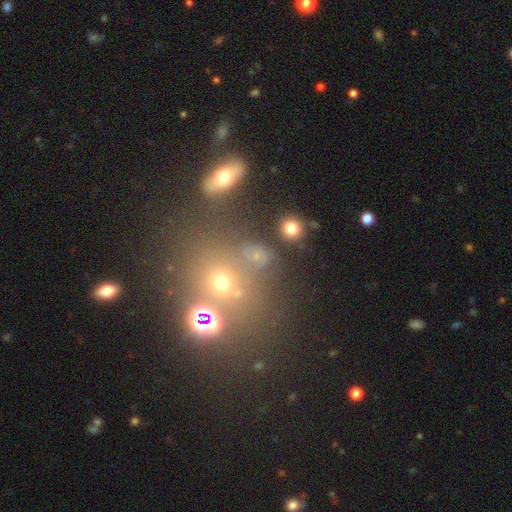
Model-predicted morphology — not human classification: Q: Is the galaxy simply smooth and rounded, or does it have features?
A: smooth — 63%.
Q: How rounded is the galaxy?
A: round — 69%.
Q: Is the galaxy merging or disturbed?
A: none — 67%.